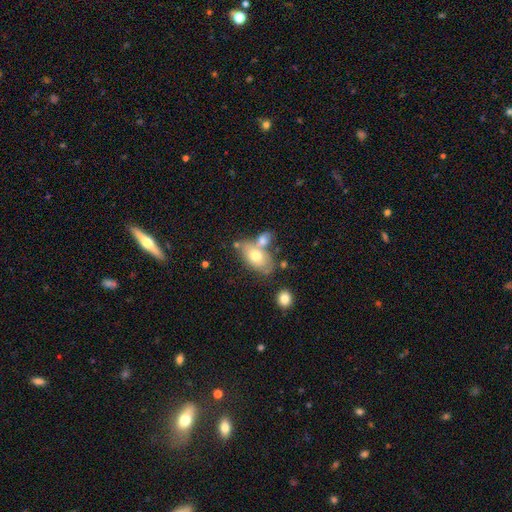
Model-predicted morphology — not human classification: smooth_or_featured: smooth (p=0.66) [alt: featured or disk p=0.26]
how_rounded: in between (p=0.88) [alt: round p=0.09]
merging: none (p=0.41) [alt: merger p=0.39]